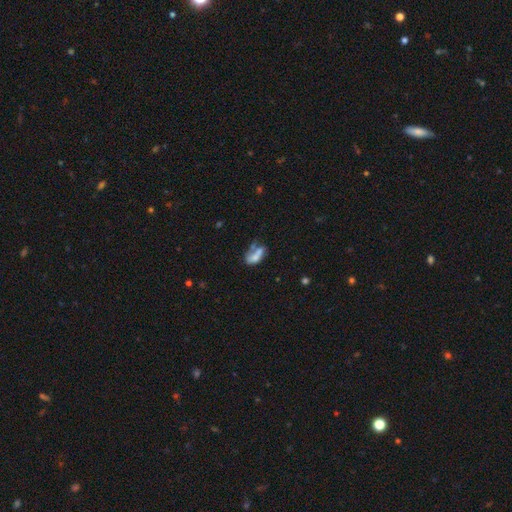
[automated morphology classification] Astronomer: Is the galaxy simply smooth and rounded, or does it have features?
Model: smooth — 61%.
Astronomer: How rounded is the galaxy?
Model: in between — 81%.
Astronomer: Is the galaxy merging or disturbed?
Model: merger — 40% (runner-up: none, 25%).